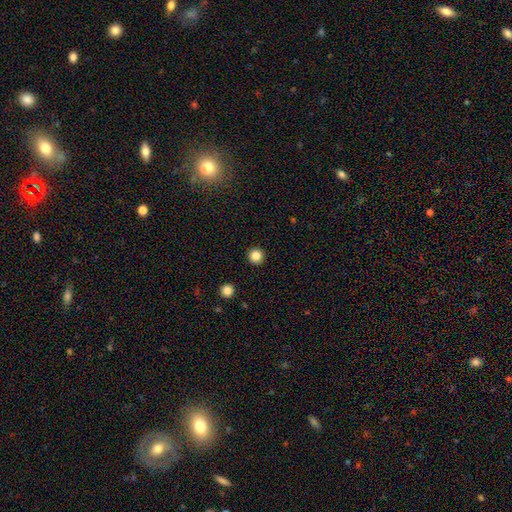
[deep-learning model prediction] smooth-or-featured: smooth: 84% | star or artifact: 12% | featured or disk: 5%
  how-rounded: round: 96% | in between: 3% | cigar-shaped: 1%
  merging: none: 93% | minor disturbance: 4% | major disturbance: 2% | merger: 1%